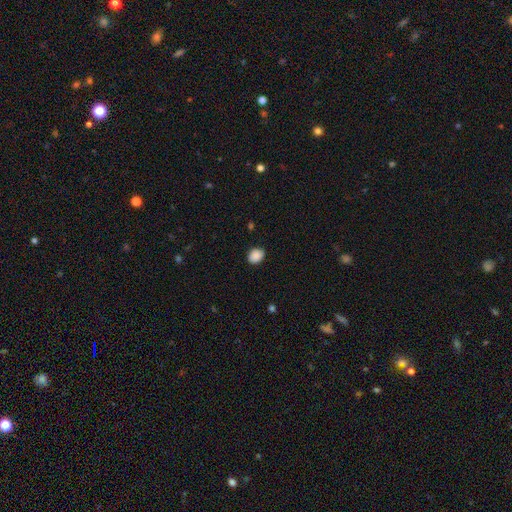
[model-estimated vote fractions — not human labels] This is clearly a smooth galaxy (89%). How rounded: possibly in between (50%). Merging: clearly none (85%).